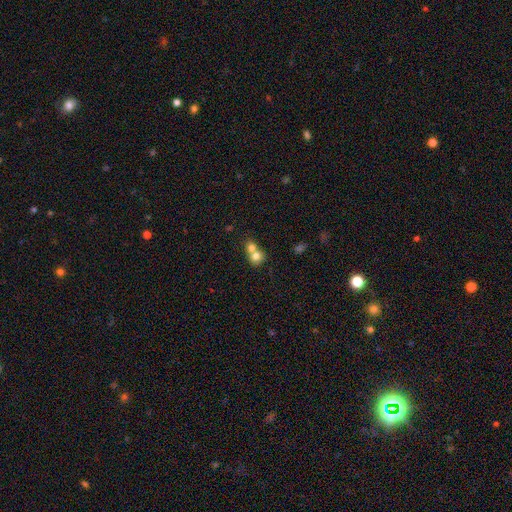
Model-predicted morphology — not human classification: A smooth galaxy with no disk features (75%) that is round (76%).

Vote fractions:
- Smooth or featured? smooth: 75% / featured or disk: 15% / star or artifact: 10%
- How rounded? round: 76% / in between: 23% / cigar-shaped: 1%
- Merging? merger: 65% / none: 28% / minor disturbance: 5% / major disturbance: 2%